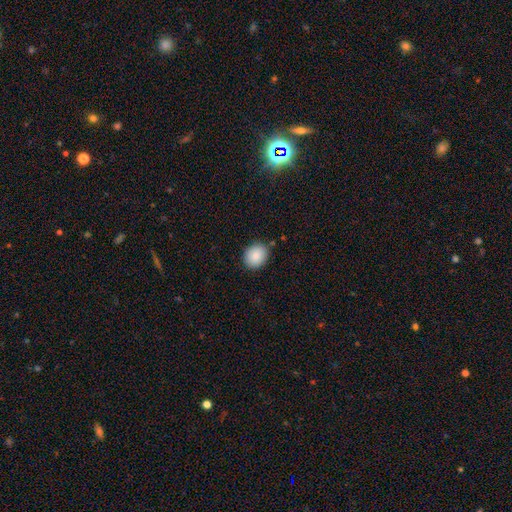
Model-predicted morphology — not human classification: smooth 88%, star or artifact 8%, featured or disk 4%. Down the decision tree: how rounded — round (67%); merging — none (86%).